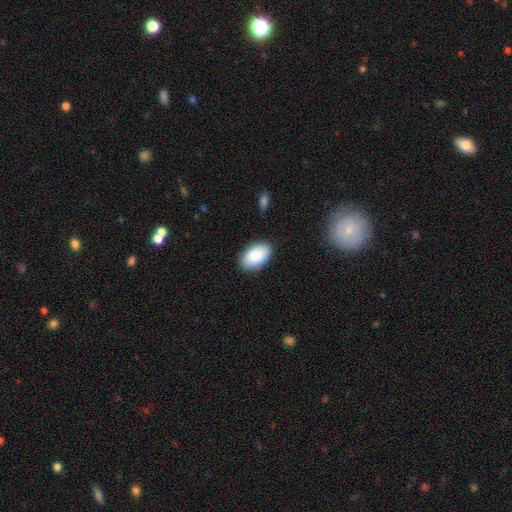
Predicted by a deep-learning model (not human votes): Smooth or featured? smooth (88%)
How rounded? in between (93%)
Merging? none (85%)